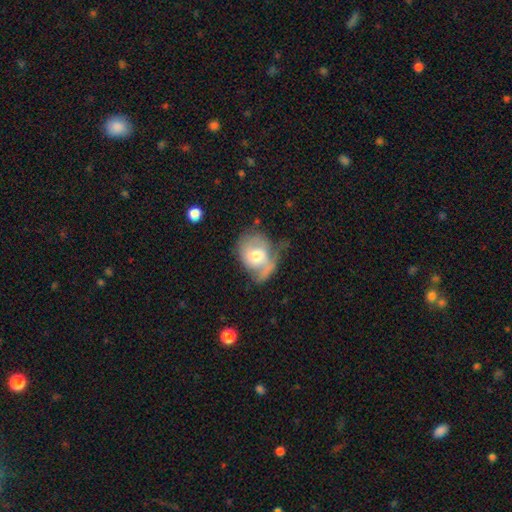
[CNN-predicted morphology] Q: Smooth or featured?
A: featured or disk (58%); runner-up: smooth (35%)
Q: Edge-on disk?
A: no (96%); runner-up: yes (4%)
Q: Bar?
A: no (64%); runner-up: weak (30%)
Q: Spiral arms?
A: yes (75%); runner-up: no (25%)
Q: Bulge size?
A: moderate (63%); runner-up: small (23%)
Q: Merging?
A: none (34%); runner-up: minor disturbance (30%)